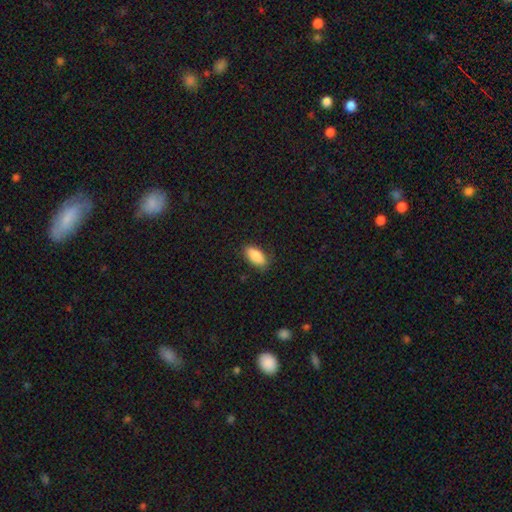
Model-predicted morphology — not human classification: Overall: smooth (88%). How rounded: in between (89%). Merging: none (83%).